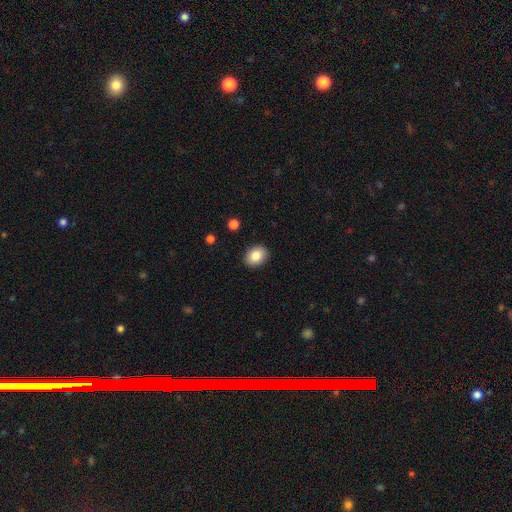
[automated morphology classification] A smooth galaxy with no disk features (86%) that is in between round and cigar-shaped (61%).

Vote fractions:
- Smooth or featured? smooth: 86% / star or artifact: 8% / featured or disk: 6%
- How rounded? in between: 61% / round: 38% / cigar-shaped: 1%
- Merging? none: 90% / minor disturbance: 7% / major disturbance: 2% / merger: 1%